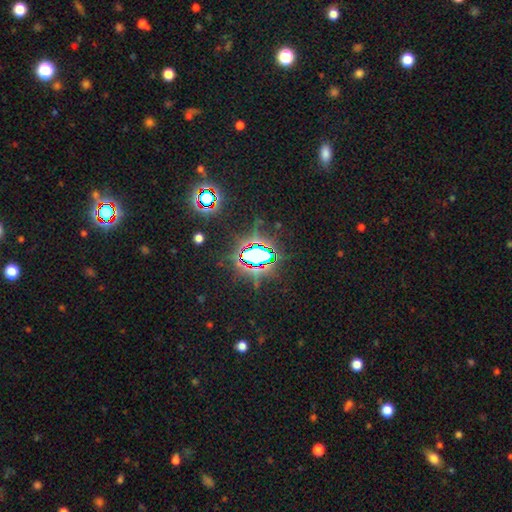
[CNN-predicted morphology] The model was most divided on "smooth or featured": star or artifact: 74%, smooth: 15%, featured or disk: 11%.